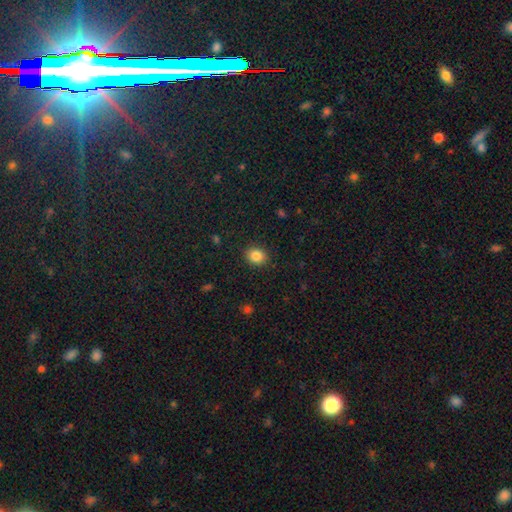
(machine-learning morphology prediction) A smooth galaxy with no disk features (86%) that is round (63%). Merging: none (90%).